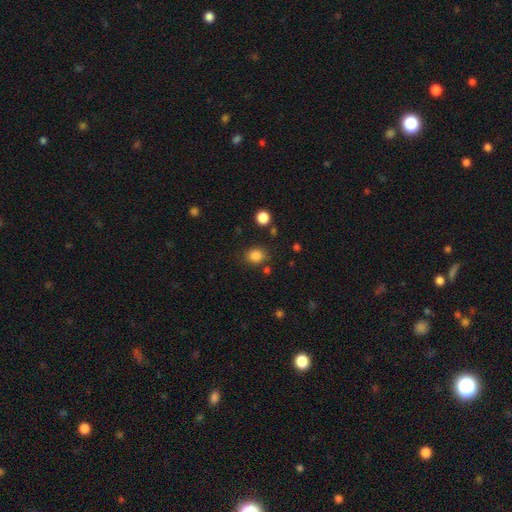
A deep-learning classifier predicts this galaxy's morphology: Smooth or featured: smooth — 84% (star or artifact — 12%)
How rounded: round — 68% (in between — 32%)
Merging: none — 81% (minor disturbance — 11%)